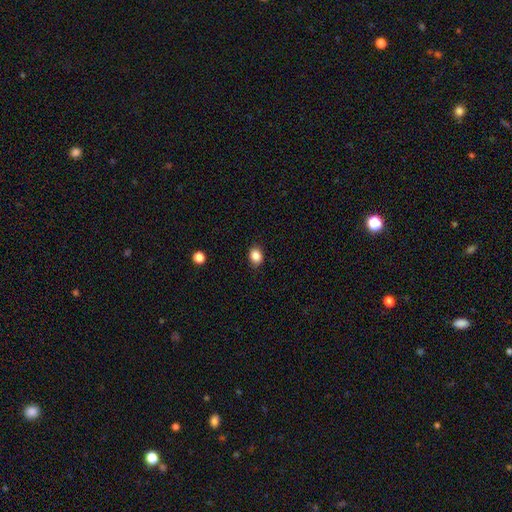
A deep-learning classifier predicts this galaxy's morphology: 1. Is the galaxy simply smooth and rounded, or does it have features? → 86% smooth, 10% star or artifact, 4% featured or disk.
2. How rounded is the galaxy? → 53% in between, 46% round, 1% cigar-shaped.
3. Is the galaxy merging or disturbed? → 87% none, 10% minor disturbance, 2% major disturbance, 1% merger.